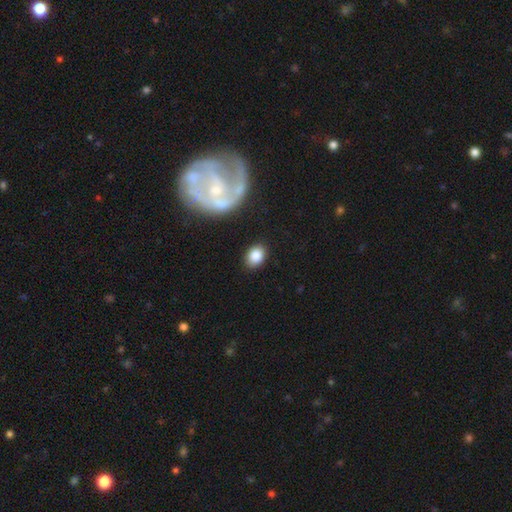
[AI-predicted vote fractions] Smooth or featured: smooth — 84% (star or artifact — 8%)
How rounded: in between — 66% (round — 32%)
Merging: none — 87% (minor disturbance — 9%)